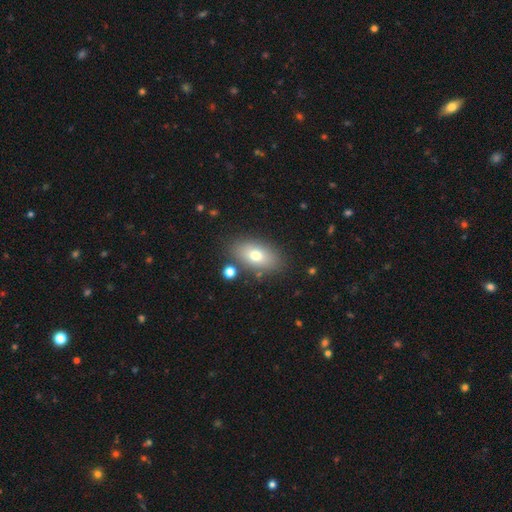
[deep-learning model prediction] This appears to be a smooth galaxy with no disk features (70%) that is in between round and cigar-shaped (88%). Merging: none (82%).